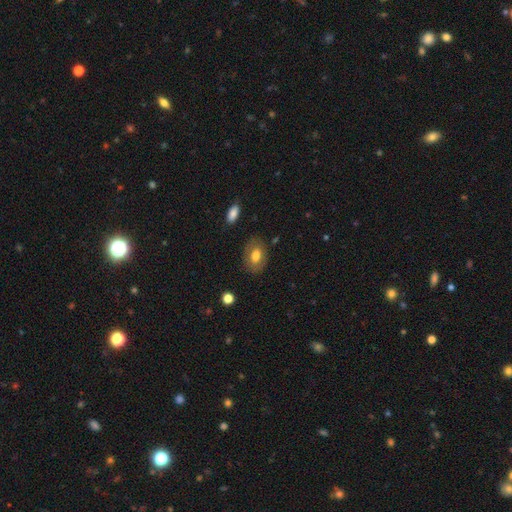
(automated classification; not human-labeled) A smooth galaxy with no disk features (64%) that is in between round and cigar-shaped (79%). Merging: none (79%).